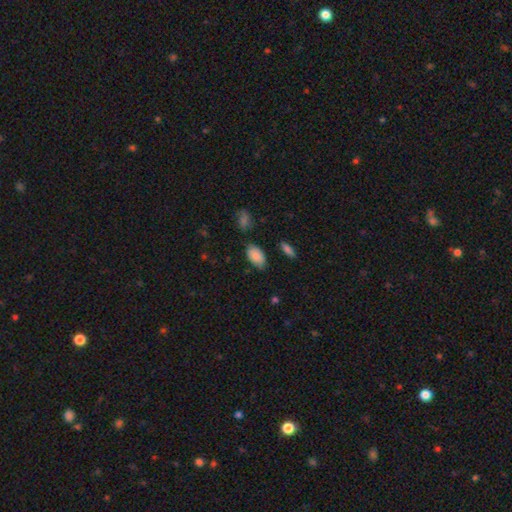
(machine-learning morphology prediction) smooth-or-featured: smooth: 86% | star or artifact: 7% | featured or disk: 7%
  how-rounded: in between: 94% | round: 4% | cigar-shaped: 2%
  merging: none: 77% | minor disturbance: 17% | major disturbance: 3% | merger: 3%